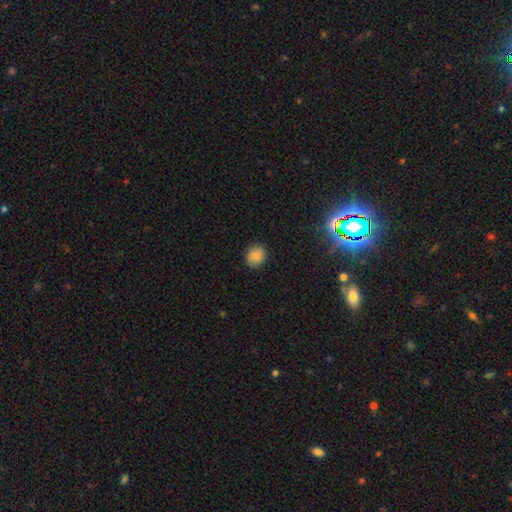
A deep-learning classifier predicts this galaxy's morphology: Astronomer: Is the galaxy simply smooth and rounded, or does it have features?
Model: smooth — 86%.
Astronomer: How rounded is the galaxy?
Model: round — 70%.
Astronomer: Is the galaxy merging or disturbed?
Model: none — 88%.